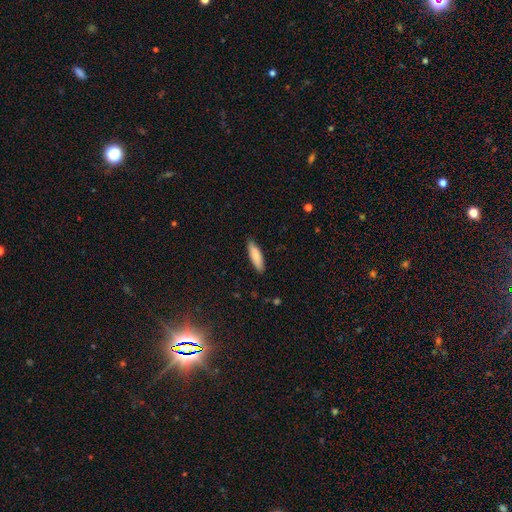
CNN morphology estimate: A smooth galaxy with no disk features (85%) that is cigar-shaped (58%). Merging: none (86%).